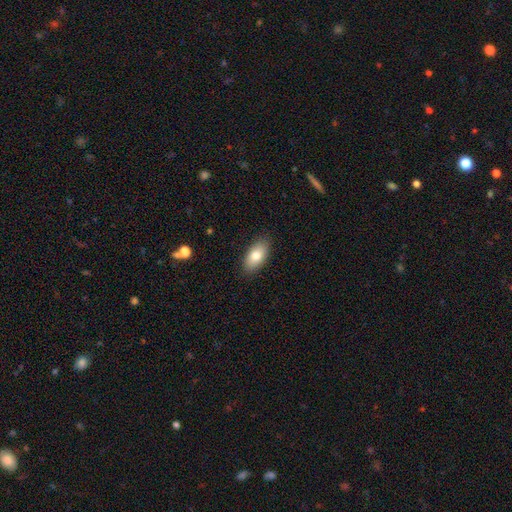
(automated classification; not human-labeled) Smooth or featured? Predicted: smooth (p=0.79). How rounded? Predicted: in between (p=0.91). Merging? Predicted: none (p=0.87).